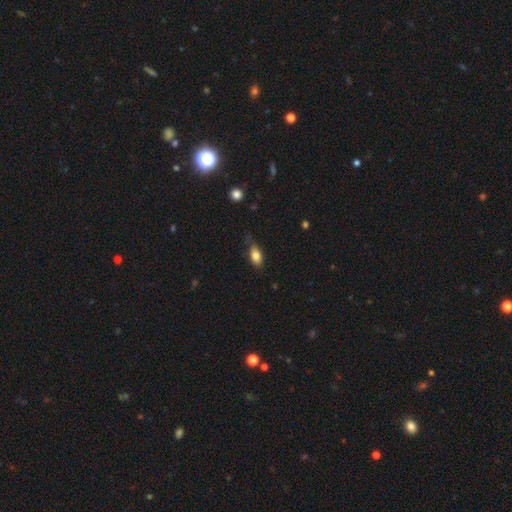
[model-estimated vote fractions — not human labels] A smooth galaxy with no disk features (82%) that is in between round and cigar-shaped (88%). Merging: none (66%).